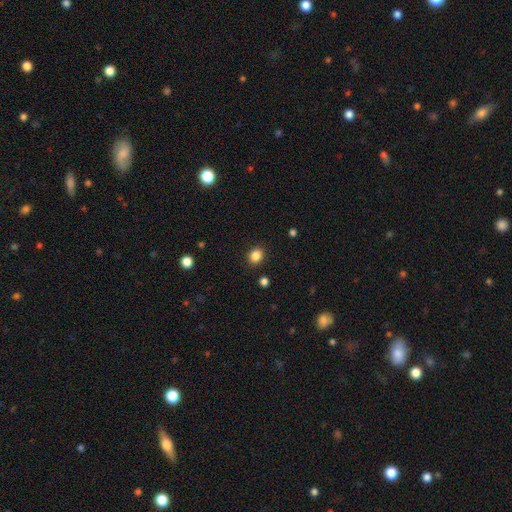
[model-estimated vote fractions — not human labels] Smooth or featured? Predicted: smooth (p=0.86). How rounded? Predicted: round (p=0.64). Merging? Predicted: none (p=0.89).